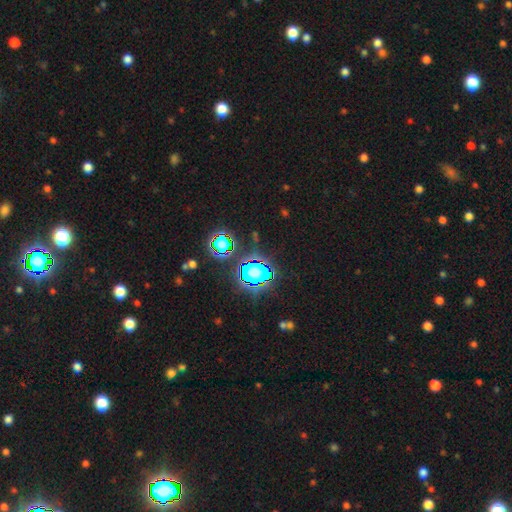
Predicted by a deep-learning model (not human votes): Smooth or featured: star or artifact — 76% (smooth — 15%)